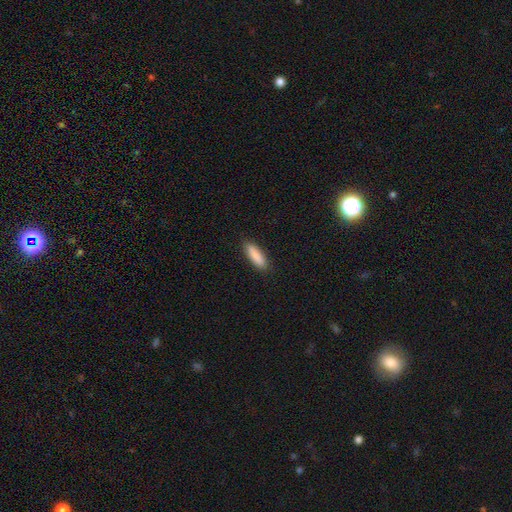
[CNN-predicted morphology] This is clearly a smooth galaxy (89%). How rounded: possibly cigar-shaped (57%). Merging: clearly none (89%).